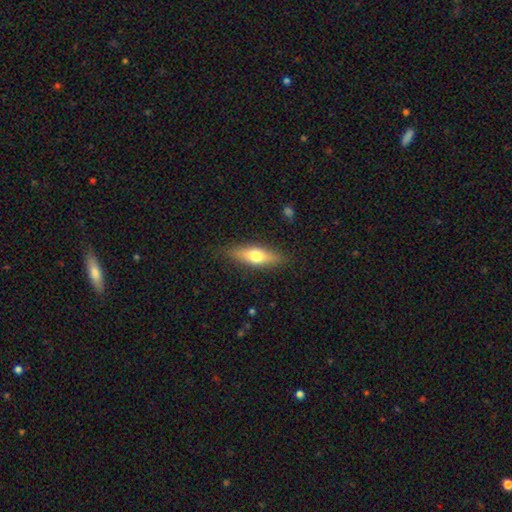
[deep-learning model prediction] smooth_or_featured: smooth (p=0.61) [alt: featured or disk p=0.33]
how_rounded: cigar-shaped (p=0.50) [alt: in between p=0.47]
merging: none (p=0.86) [alt: minor disturbance p=0.10]